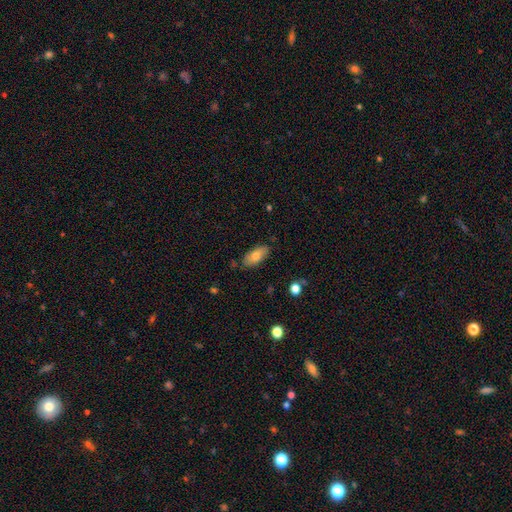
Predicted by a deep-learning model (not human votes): Morphology: type=smooth (74%); roundness=in between (88%); merging=none (82%).